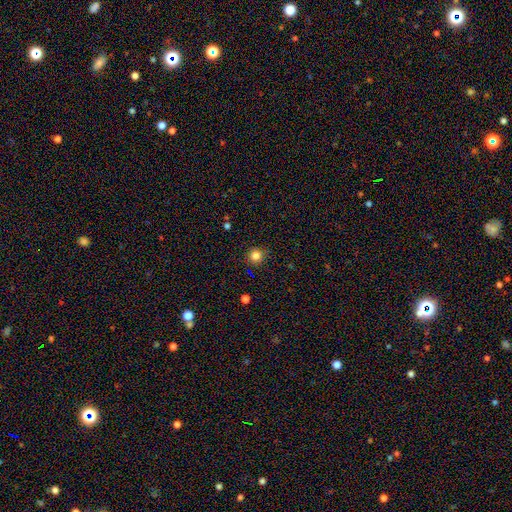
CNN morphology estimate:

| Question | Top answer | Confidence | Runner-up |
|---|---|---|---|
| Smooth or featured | smooth | 82% | star or artifact (13%) |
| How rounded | round | 93% | in between (6%) |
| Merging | none | 90% | minor disturbance (7%) |